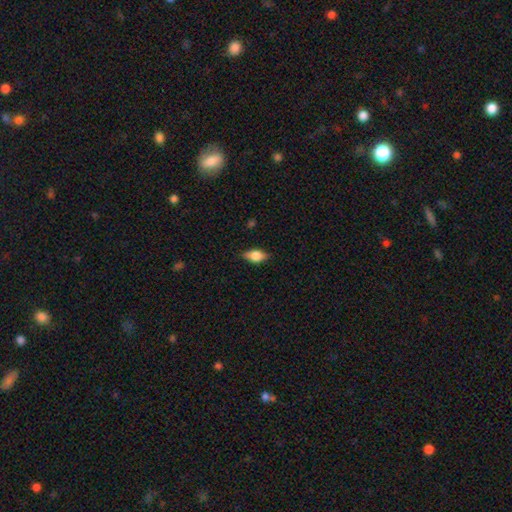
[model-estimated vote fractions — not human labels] Q: Smooth or featured?
A: smooth (73%); runner-up: featured or disk (20%)
Q: How rounded?
A: in between (85%); runner-up: cigar-shaped (8%)
Q: Merging?
A: none (82%); runner-up: minor disturbance (15%)